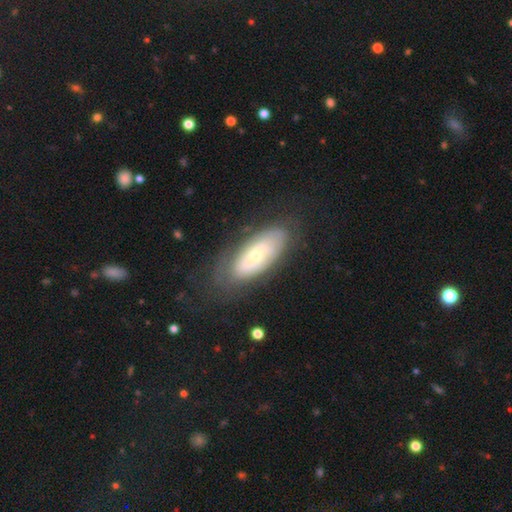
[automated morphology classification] Q: Smooth or featured?
A: featured or disk (50%); runner-up: smooth (43%)
Q: Merging?
A: none (70%); runner-up: minor disturbance (20%)